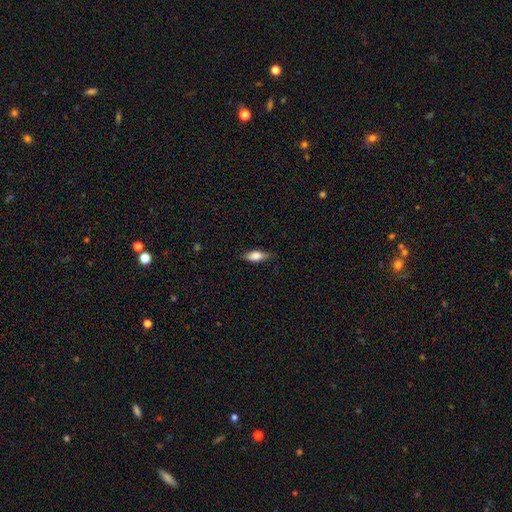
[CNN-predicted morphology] Smooth or featured: smooth — 68% (featured or disk — 25%)
How rounded: in between — 69% (cigar-shaped — 28%)
Merging: none — 81% (minor disturbance — 15%)